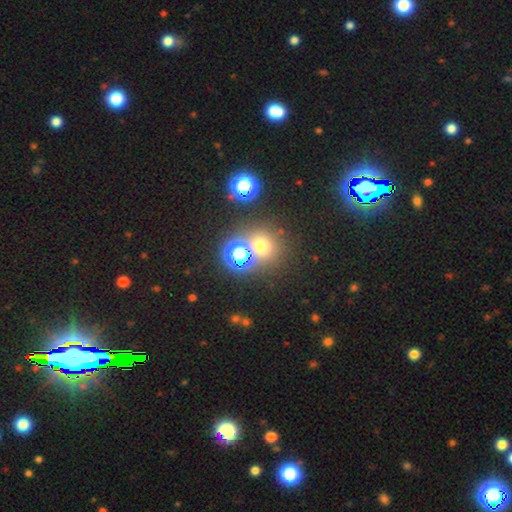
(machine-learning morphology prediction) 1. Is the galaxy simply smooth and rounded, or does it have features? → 49% smooth, 42% star or artifact, 8% featured or disk.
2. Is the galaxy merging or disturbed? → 71% none, 18% merger, 7% minor disturbance, 4% major disturbance.